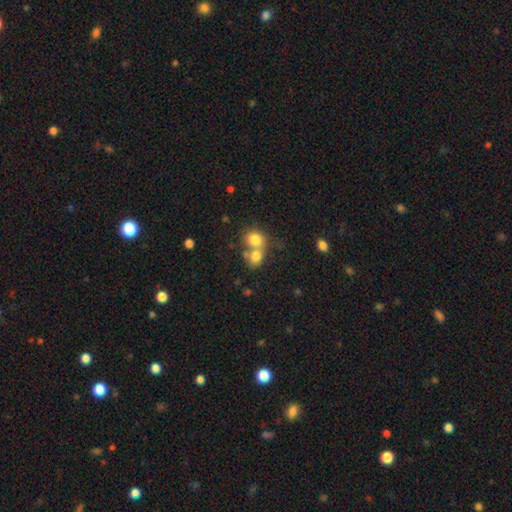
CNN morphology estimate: Q: Smooth or featured?
A: smooth (77%); runner-up: featured or disk (12%)
Q: How rounded?
A: round (57%); runner-up: in between (42%)
Q: Merging?
A: merger (59%); runner-up: none (30%)